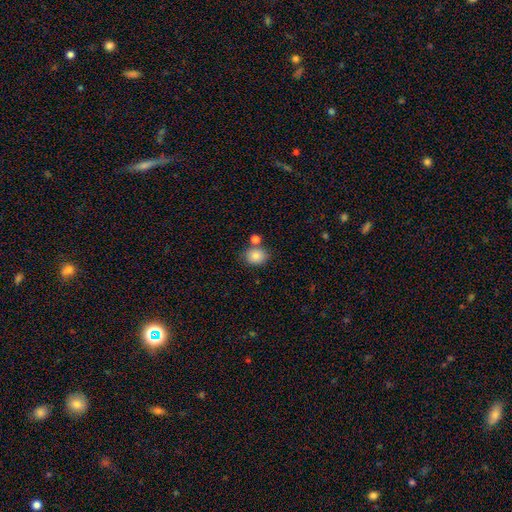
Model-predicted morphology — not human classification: smooth-or-featured: smooth: 84% | star or artifact: 9% | featured or disk: 7%
  how-rounded: round: 59% | in between: 41% | cigar-shaped: 1%
  merging: none: 69% | merger: 16% | minor disturbance: 12% | major disturbance: 3%